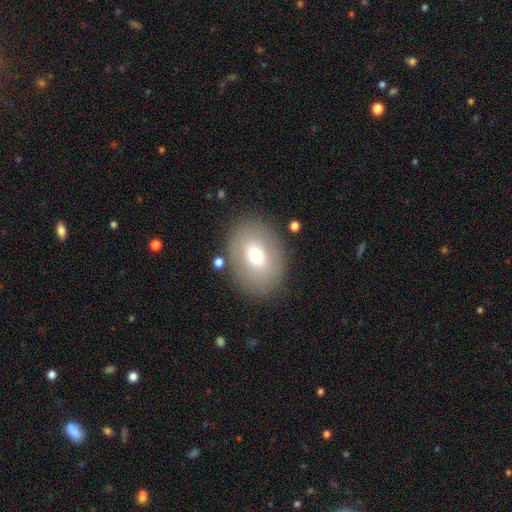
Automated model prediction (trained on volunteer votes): The model was most divided on "how rounded": in between: 70%, round: 29%, cigar-shaped: 1%. More confident: merging — none (84%); smooth or featured — smooth (67%).